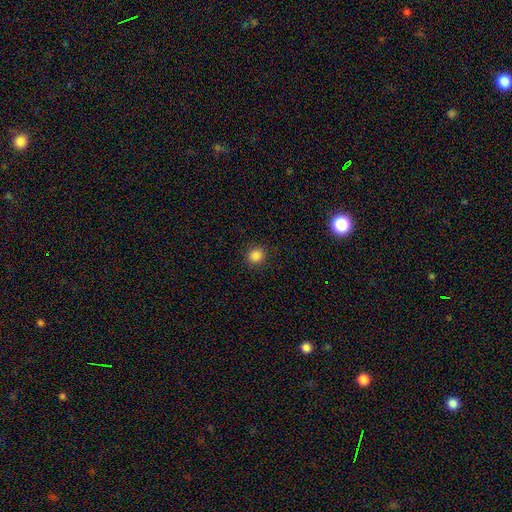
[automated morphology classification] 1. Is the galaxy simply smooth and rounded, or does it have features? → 85% smooth, 11% star or artifact, 3% featured or disk.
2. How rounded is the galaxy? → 85% round, 14% in between, 1% cigar-shaped.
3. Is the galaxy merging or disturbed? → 91% none, 6% minor disturbance, 2% major disturbance, 1% merger.